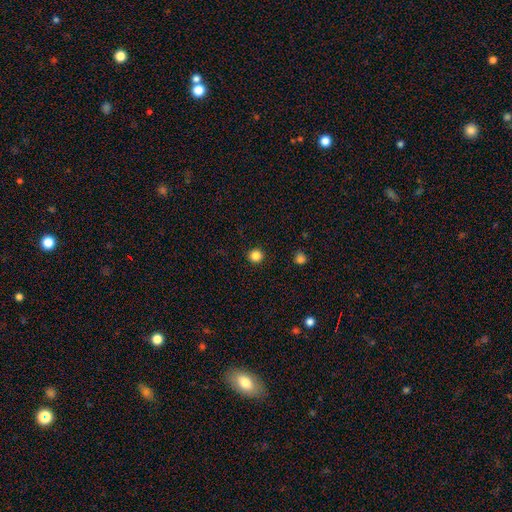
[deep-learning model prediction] smooth 85%, star or artifact 12%, featured or disk 4%. Down the decision tree: how rounded — round (95%); merging — none (93%).